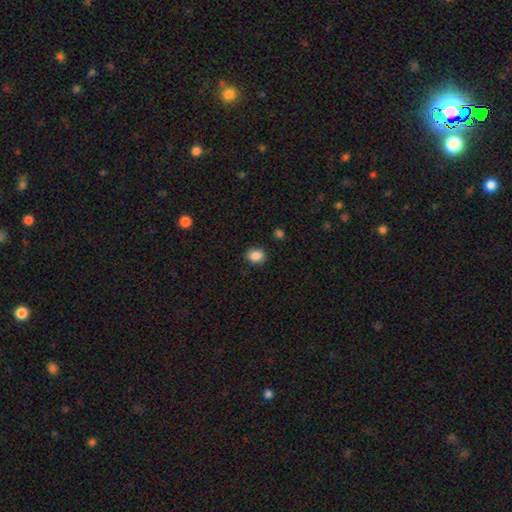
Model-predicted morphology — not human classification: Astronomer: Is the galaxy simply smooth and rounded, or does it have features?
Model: smooth — 87%.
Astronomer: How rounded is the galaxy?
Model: round — 58% (runner-up: in between, 41%).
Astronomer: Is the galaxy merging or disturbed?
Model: none — 87%.